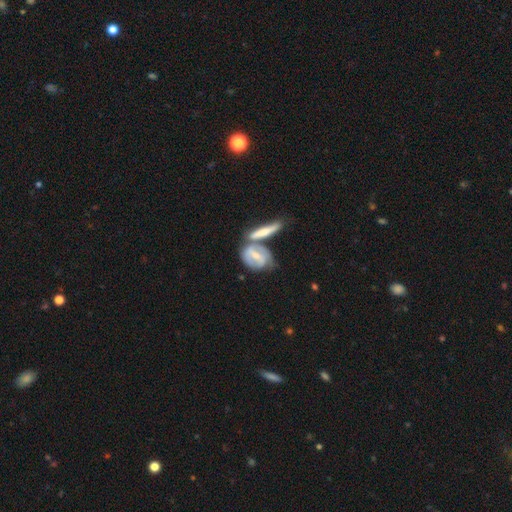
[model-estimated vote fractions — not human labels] This appears to be a featured or disk galaxy (63%) with a weak bar (42%), spiral arms (71%) and a small central bulge (50%). Merging: merger (43%).